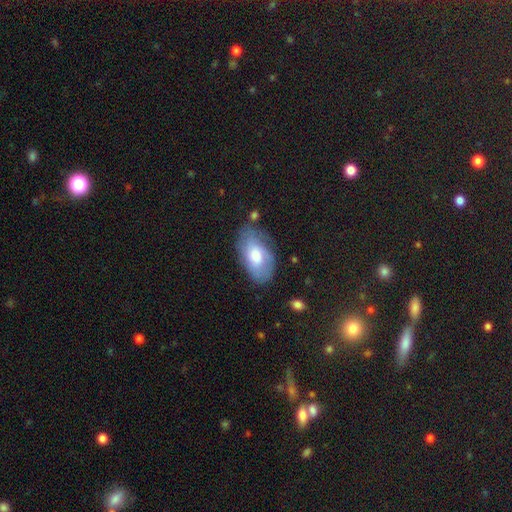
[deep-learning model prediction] This appears to be a smooth galaxy with no disk features (57%) that is in between round and cigar-shaped (93%). Merging: none (65%).